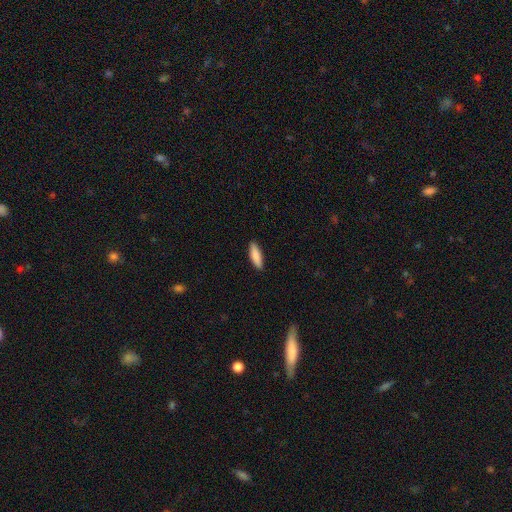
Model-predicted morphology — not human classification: Overall: smooth (87%). How rounded: cigar-shaped (52%; in between 46%). Merging: none (90%).